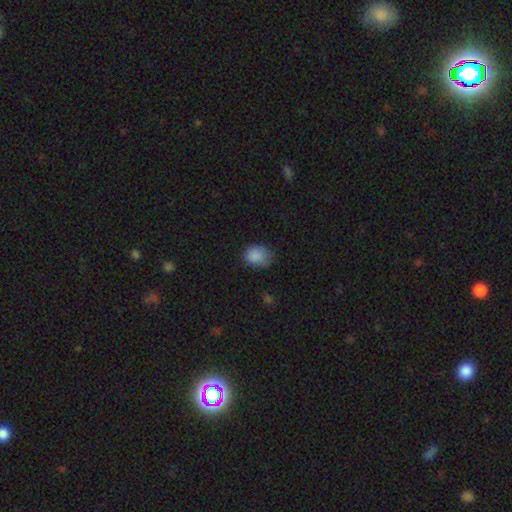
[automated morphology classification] type=smooth (85%); roundness=round (51%); merging=none (65%).